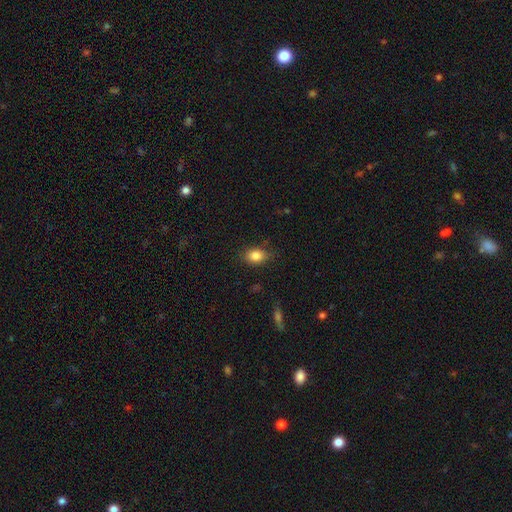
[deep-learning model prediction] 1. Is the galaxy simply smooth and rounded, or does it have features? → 85% smooth, 9% star or artifact, 6% featured or disk.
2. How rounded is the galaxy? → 77% in between, 21% round, 2% cigar-shaped.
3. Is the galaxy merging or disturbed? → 81% none, 14% minor disturbance, 3% major disturbance, 1% merger.